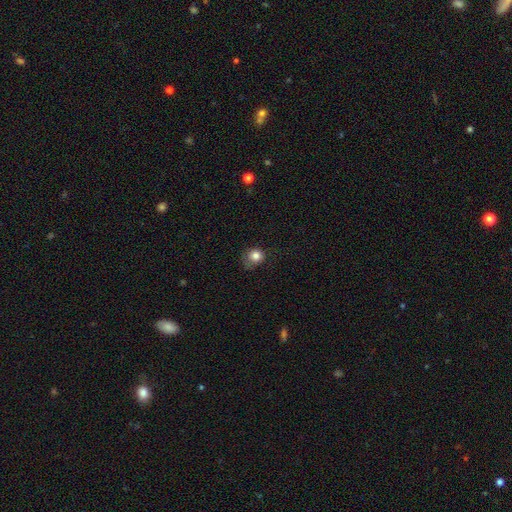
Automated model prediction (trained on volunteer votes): Overall: smooth (81%). How rounded: round (80%). Merging: none (52%; minor disturbance 30%).